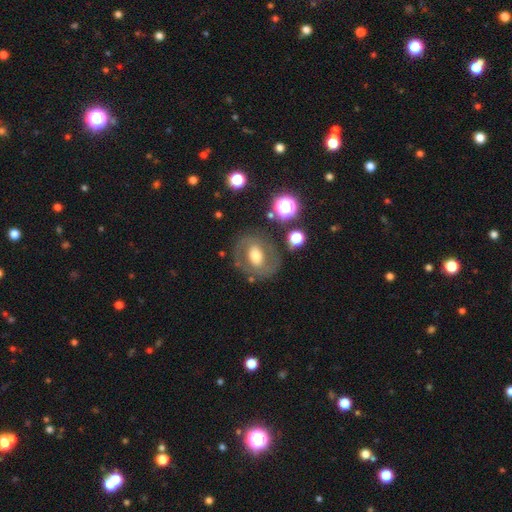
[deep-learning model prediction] Overall: featured or disk (55%; smooth 36%). Edge-on disk: no (95%). Bar: no (48%; weak 33%). Spiral arms: no (55%; yes 45%). Bulge size: moderate (56%; large 25%). Merging: none (75%).